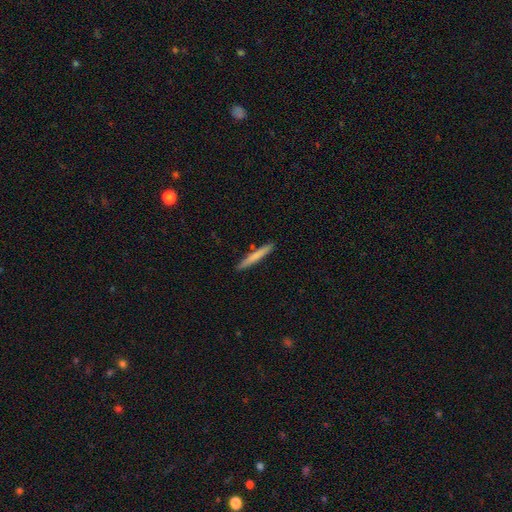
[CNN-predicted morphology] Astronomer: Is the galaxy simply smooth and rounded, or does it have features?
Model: smooth — 73%.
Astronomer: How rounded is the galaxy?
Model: cigar-shaped — 96%.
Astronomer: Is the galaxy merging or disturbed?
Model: none — 91%.